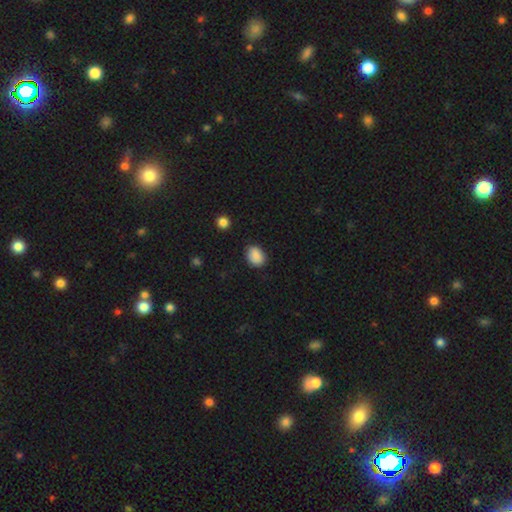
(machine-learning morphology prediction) smooth-or-featured: smooth: 88% | star or artifact: 8% | featured or disk: 3%
  how-rounded: in between: 66% | round: 33% | cigar-shaped: 1%
  merging: none: 82% | minor disturbance: 13% | major disturbance: 3% | merger: 1%